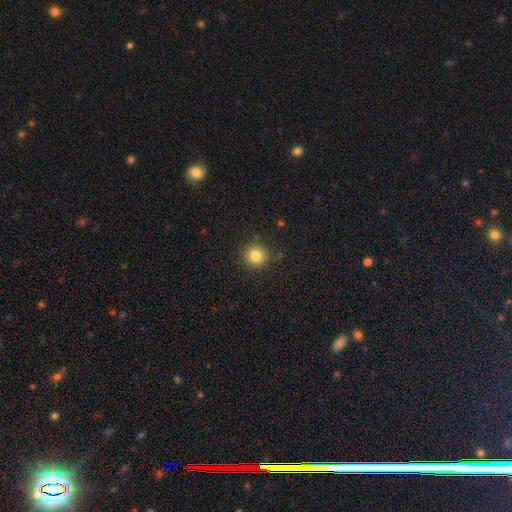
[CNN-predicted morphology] type=smooth (82%); roundness=round (93%); merging=none (86%).